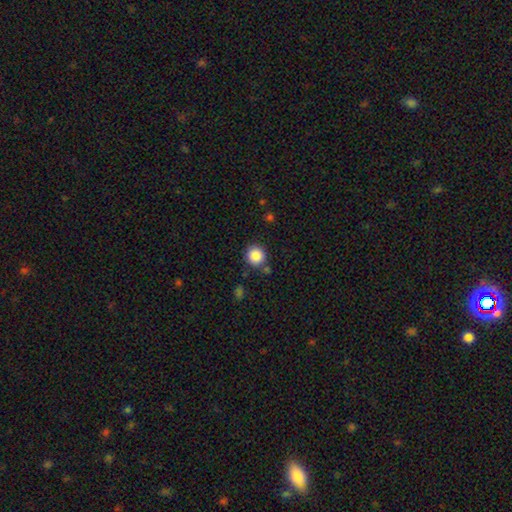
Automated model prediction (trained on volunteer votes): Q: Smooth or featured?
A: smooth (87%); runner-up: star or artifact (9%)
Q: How rounded?
A: round (91%); runner-up: in between (8%)
Q: Merging?
A: none (81%); runner-up: minor disturbance (10%)